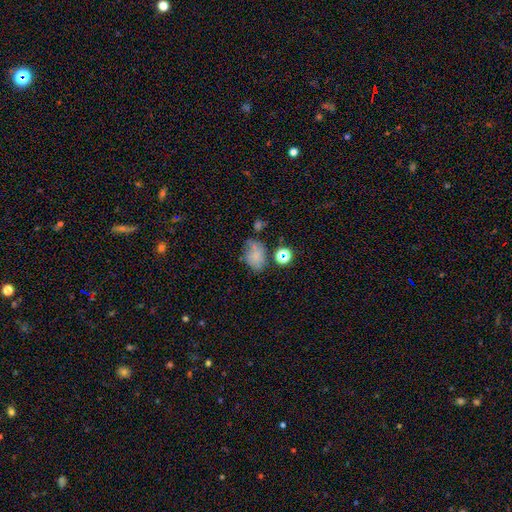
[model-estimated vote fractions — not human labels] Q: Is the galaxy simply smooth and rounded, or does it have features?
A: smooth — 66%.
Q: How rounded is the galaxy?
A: in between — 72%.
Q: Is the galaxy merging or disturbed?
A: none — 48%.